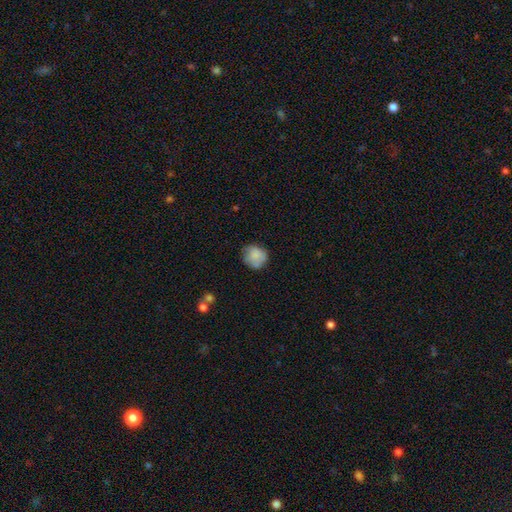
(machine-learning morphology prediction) Smooth or featured? smooth (79%)
How rounded? round (81%)
Merging? none (67%)